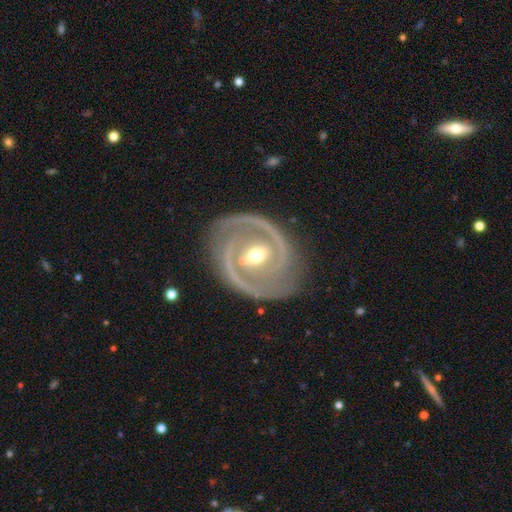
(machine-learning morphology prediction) smooth_or_featured: featured or disk (p=0.91) [alt: smooth p=0.05]
disk_edge_on: no (p=0.97) [alt: yes p=0.03]
bar: weak (p=0.38) [alt: strong p=0.33]
has_spiral_arms: yes (p=0.95) [alt: no p=0.05]
spiral_winding: tight (p=0.53) [alt: medium p=0.39]
spiral_arm_count: 2 (p=0.89) [alt: can't tell p=0.03]
bulge_size: moderate (p=0.66) [alt: small p=0.29]
merging: none (p=0.81) [alt: minor disturbance p=0.13]